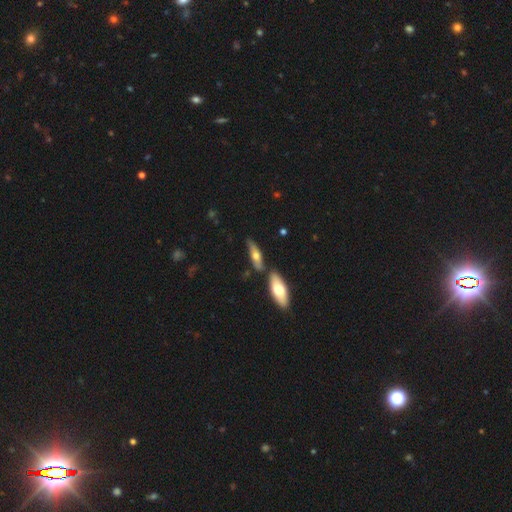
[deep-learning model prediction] Smooth or featured: smooth — 55% (featured or disk — 39%)
How rounded: in between — 50% (cigar-shaped — 47%)
Merging: none — 67% (merger — 16%)